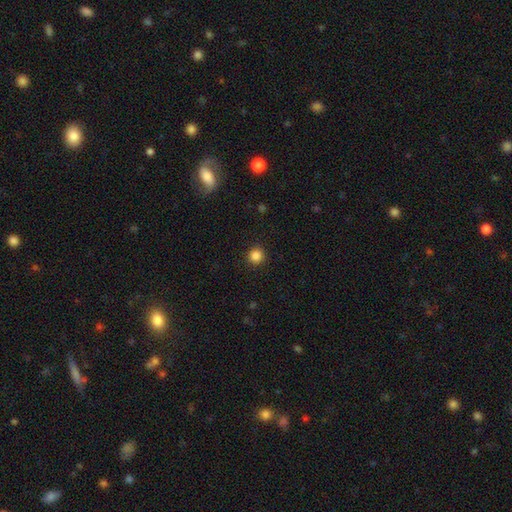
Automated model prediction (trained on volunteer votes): Morphology: type=smooth (86%); roundness=round (94%); merging=none (92%).